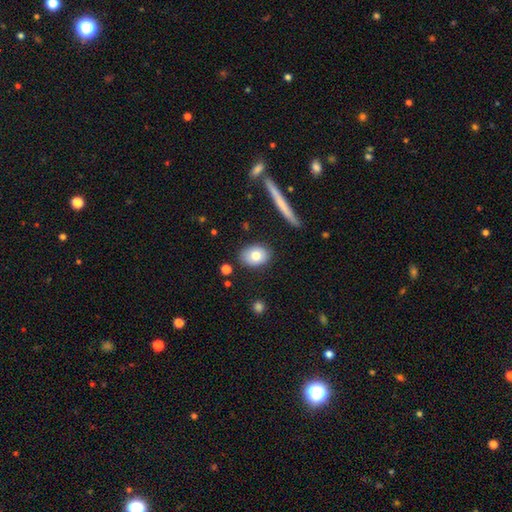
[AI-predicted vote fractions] Smooth or featured: smooth — 77% (featured or disk — 16%)
How rounded: in between — 75% (round — 23%)
Merging: none — 85% (minor disturbance — 11%)